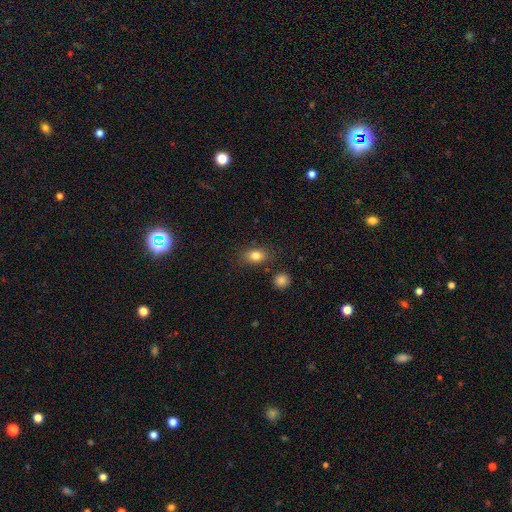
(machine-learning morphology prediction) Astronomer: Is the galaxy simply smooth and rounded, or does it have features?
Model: smooth — 82%.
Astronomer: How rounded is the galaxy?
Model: in between — 77%.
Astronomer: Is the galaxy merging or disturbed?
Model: none — 80%.